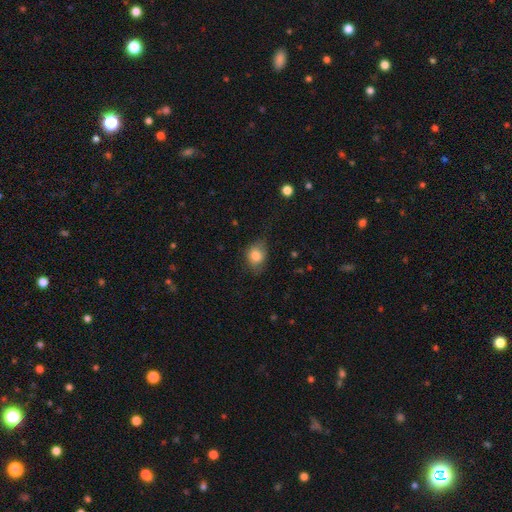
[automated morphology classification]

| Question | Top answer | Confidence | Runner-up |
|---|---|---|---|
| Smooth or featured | smooth | 80% | featured or disk (10%) |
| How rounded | in between | 53% | round (46%) |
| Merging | none | 61% | minor disturbance (29%) |